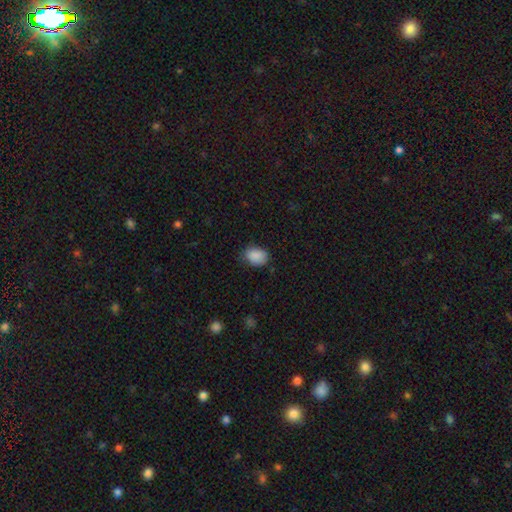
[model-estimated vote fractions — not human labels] smooth 88%, star or artifact 8%, featured or disk 4%. Down the decision tree: how rounded — in between (70%); merging — none (74%).